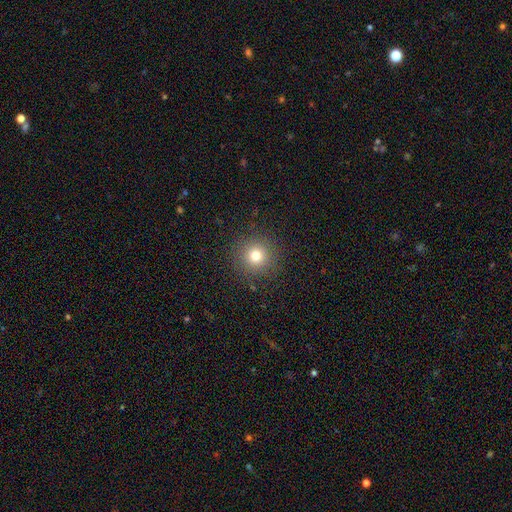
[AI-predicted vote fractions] This is likely a smooth galaxy (76%). How rounded: clearly round (95%). Merging: clearly none (90%).